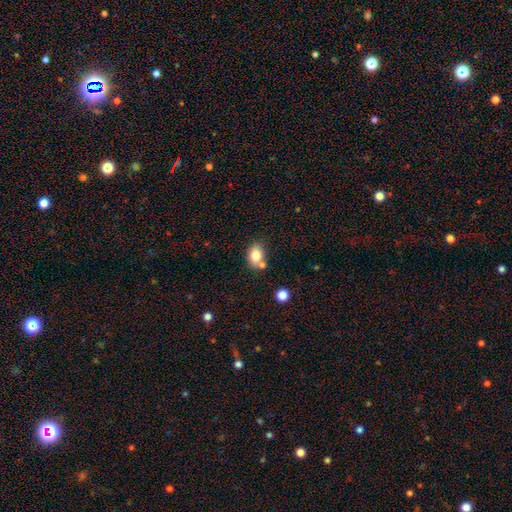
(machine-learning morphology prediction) smooth-or-featured: smooth: 80% | featured or disk: 10% | star or artifact: 9%
  how-rounded: in between: 67% | round: 32% | cigar-shaped: 1%
  merging: none: 58% | merger: 22% | minor disturbance: 15% | major disturbance: 4%